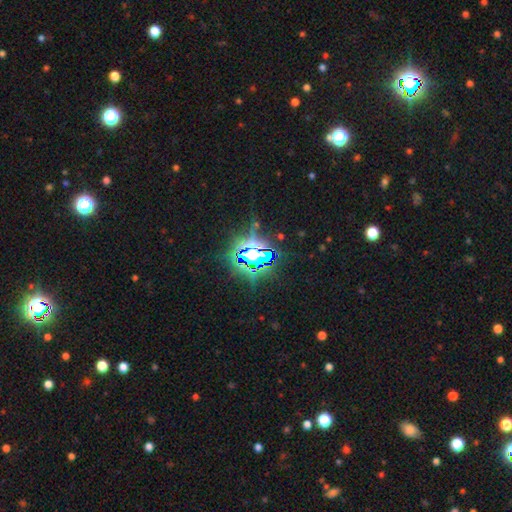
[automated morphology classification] This appears to be a star or artifact, not a galaxy (83%).